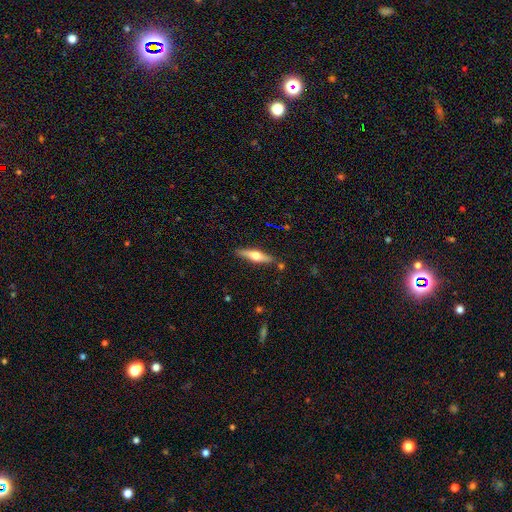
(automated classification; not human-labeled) Overall: featured or disk (58%; smooth 36%). Edge-on disk: yes (95%). Edge-on bulge: rounded (94%). Merging: none (87%).